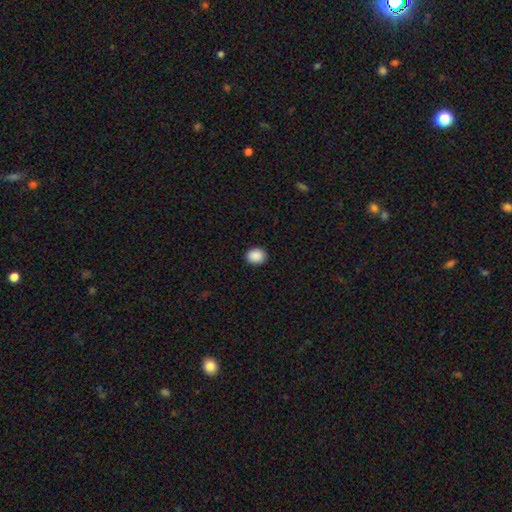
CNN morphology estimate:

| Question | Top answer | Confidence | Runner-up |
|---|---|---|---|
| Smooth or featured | smooth | 90% | star or artifact (8%) |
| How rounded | round | 52% | in between (47%) |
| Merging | none | 91% | minor disturbance (6%) |